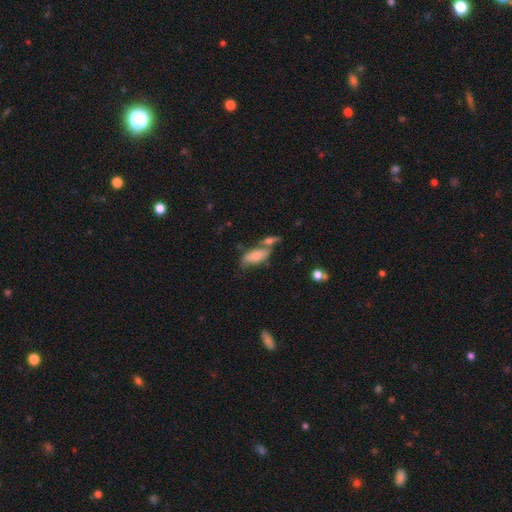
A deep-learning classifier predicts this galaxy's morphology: Smooth or featured?
  - smooth: 53% *
  - featured or disk: 38%
  - star or artifact: 9%
How rounded?
  - in between: 77% *
  - cigar-shaped: 19%
  - round: 4%
Merging?
  - merger: 39% *
  - none: 35%
  - minor disturbance: 17%
  - major disturbance: 10%